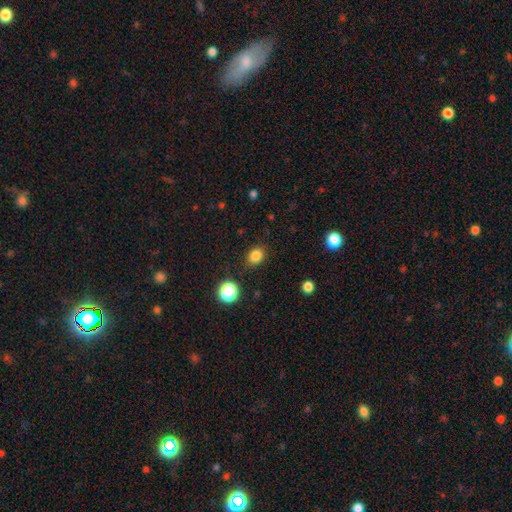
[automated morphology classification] The model was most divided on "how rounded": in between: 51%, round: 48%, cigar-shaped: 1%. More confident: merging — none (85%); smooth or featured — smooth (83%).